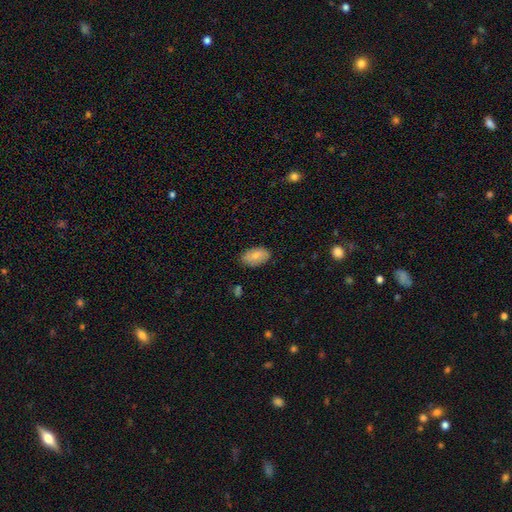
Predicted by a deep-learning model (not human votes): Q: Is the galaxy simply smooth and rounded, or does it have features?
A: smooth — 79%.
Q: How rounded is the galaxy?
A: in between — 94%.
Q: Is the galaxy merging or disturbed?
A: none — 83%.